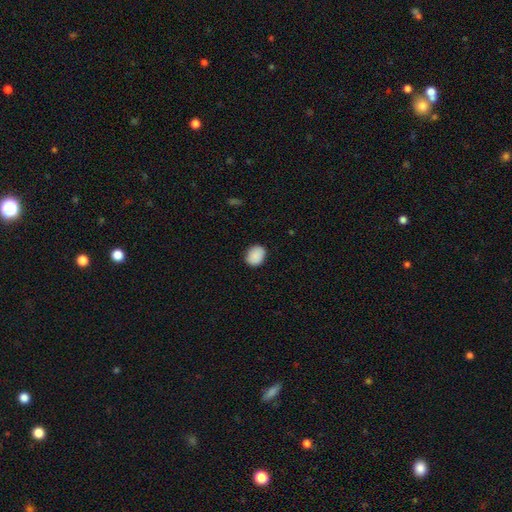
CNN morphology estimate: smooth-or-featured: smooth: 89% | star or artifact: 8% | featured or disk: 3%
  how-rounded: in between: 52% | round: 47% | cigar-shaped: 1%
  merging: none: 85% | minor disturbance: 12% | major disturbance: 2% | merger: 1%